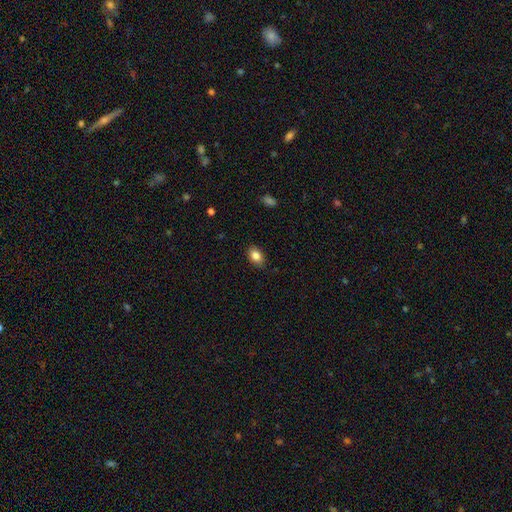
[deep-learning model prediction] Smooth or featured? Predicted: smooth (p=0.84). How rounded? Predicted: in between (p=0.80). Merging? Predicted: none (p=0.84).